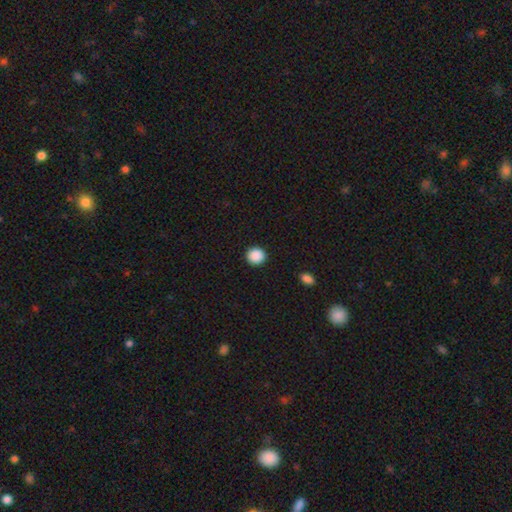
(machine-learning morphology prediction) type=smooth (89%); roundness=round (91%); merging=none (93%).